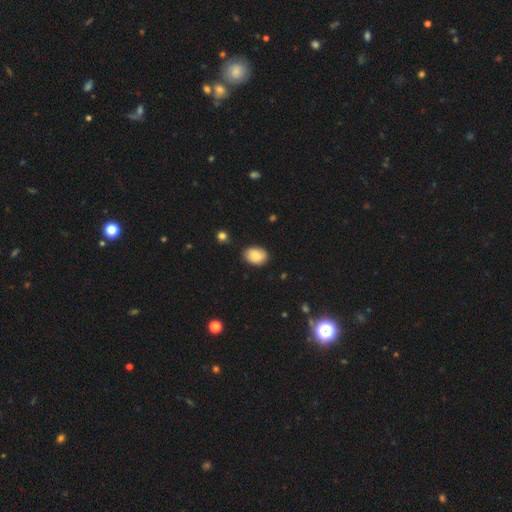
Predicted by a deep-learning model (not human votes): This appears to be a smooth galaxy with no disk features (83%) that is in between round and cigar-shaped (77%). Merging: none (80%).